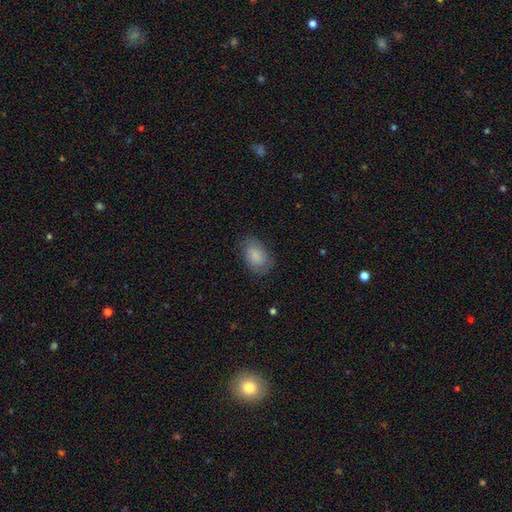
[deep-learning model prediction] This is clearly a smooth galaxy (81%). How rounded: clearly in between (87%). Merging: likely none (78%).